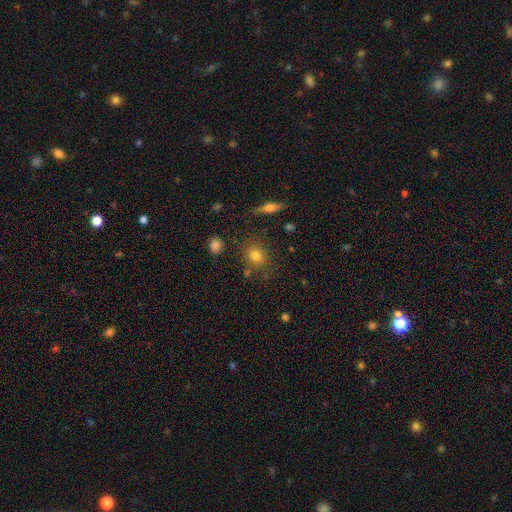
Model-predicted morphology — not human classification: This appears to be a smooth galaxy with no disk features (78%) that is round (60%). Merging: none (78%).